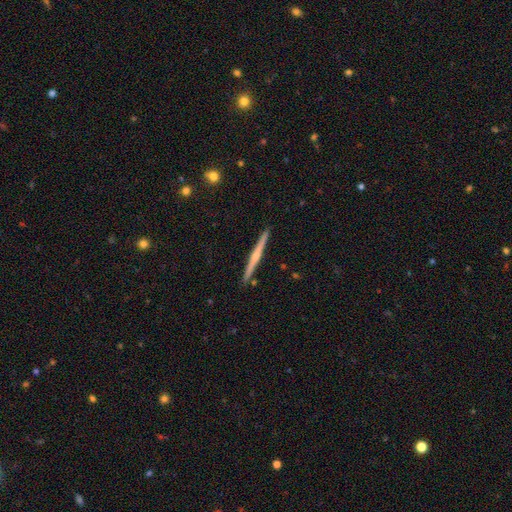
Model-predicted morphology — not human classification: Smooth or featured? Predicted: featured or disk (p=0.69). Edge-on disk? Predicted: yes (p=0.98). Edge-on bulge? Predicted: rounded (p=0.66). Merging? Predicted: none (p=0.92).